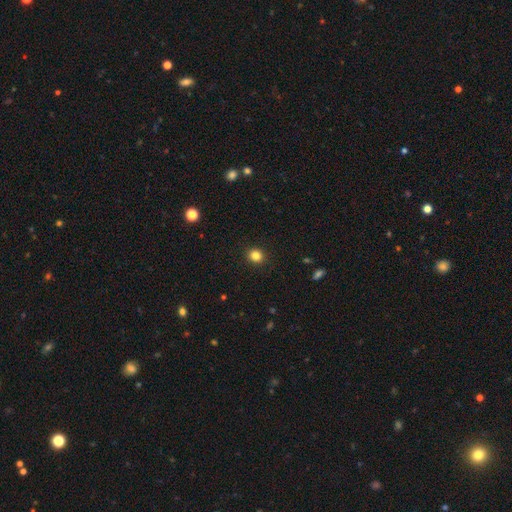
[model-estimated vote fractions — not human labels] smooth_or_featured: smooth (p=0.84) [alt: star or artifact p=0.12]
how_rounded: round (p=0.81) [alt: in between p=0.18]
merging: none (p=0.92) [alt: minor disturbance p=0.06]